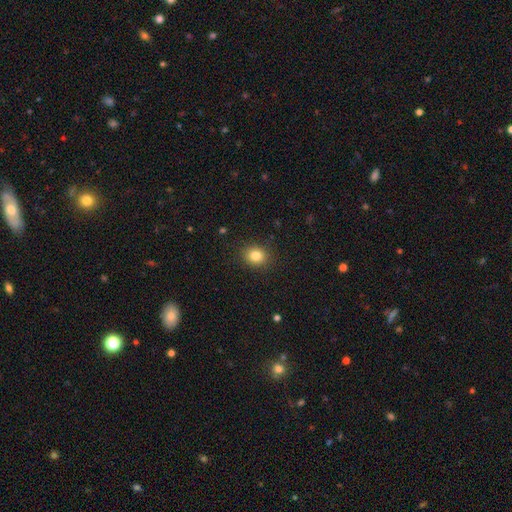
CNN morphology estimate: This is clearly a smooth galaxy (83%). How rounded: likely round (66%). Merging: clearly none (89%).